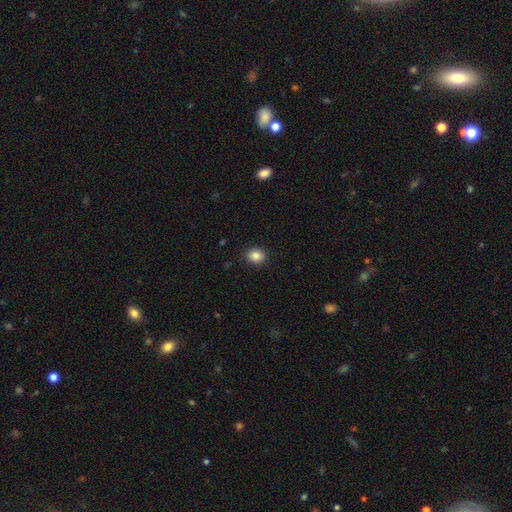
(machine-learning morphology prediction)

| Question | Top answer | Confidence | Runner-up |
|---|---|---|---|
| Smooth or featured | smooth | 86% | star or artifact (10%) |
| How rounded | round | 66% | in between (33%) |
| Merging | none | 91% | minor disturbance (6%) |